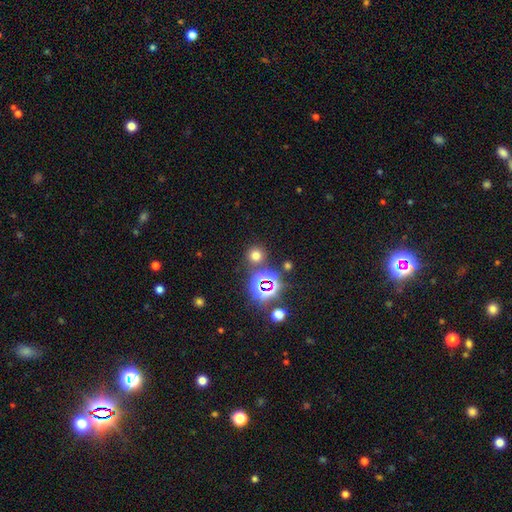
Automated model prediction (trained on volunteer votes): Smooth or featured? smooth (65%)
How rounded? round (91%)
Merging? none (81%)